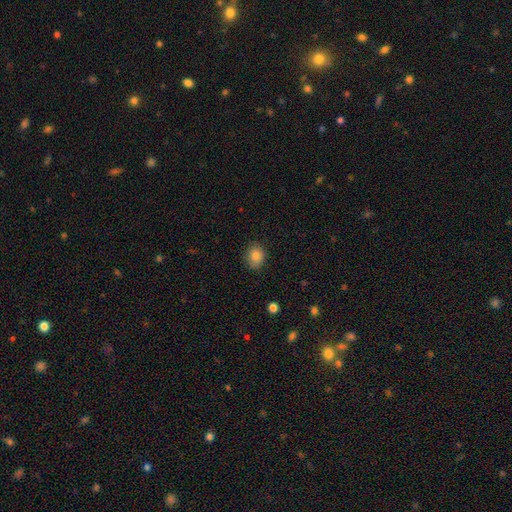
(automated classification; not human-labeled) smooth_or_featured: smooth (p=0.83) [alt: star or artifact p=0.10]
how_rounded: round (p=0.53) [alt: in between p=0.47]
merging: none (p=0.83) [alt: minor disturbance p=0.13]